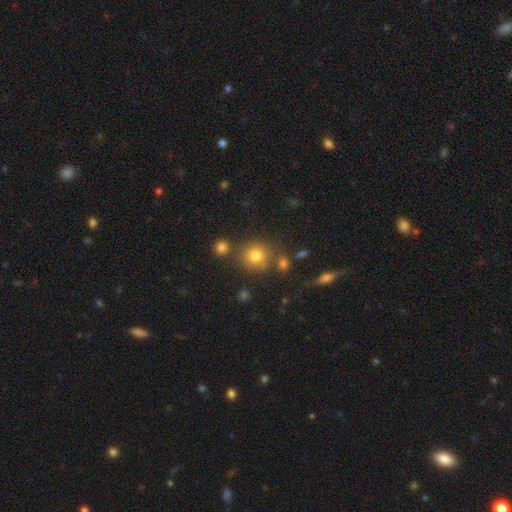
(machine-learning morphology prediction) The model was most divided on "smooth or featured": smooth: 78%, star or artifact: 14%, featured or disk: 8%. More confident: how rounded — round (90%); merging — none (76%).